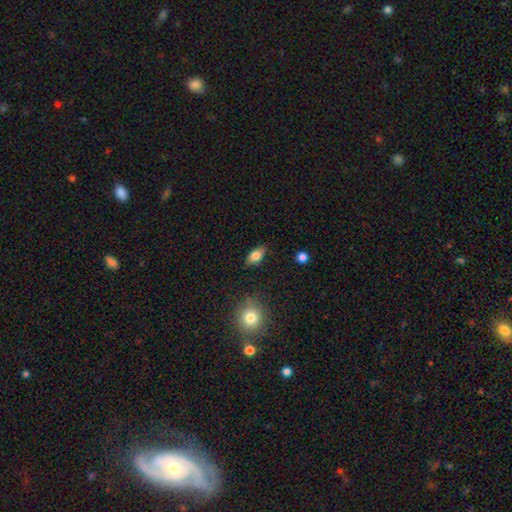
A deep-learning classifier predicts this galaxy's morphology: A smooth galaxy with no disk features (75%) that is in between round and cigar-shaped (84%).

Vote fractions:
- Smooth or featured? smooth: 75% / featured or disk: 17% / star or artifact: 8%
- How rounded? in between: 84% / cigar-shaped: 8% / round: 8%
- Merging? none: 81% / minor disturbance: 14% / major disturbance: 3% / merger: 2%